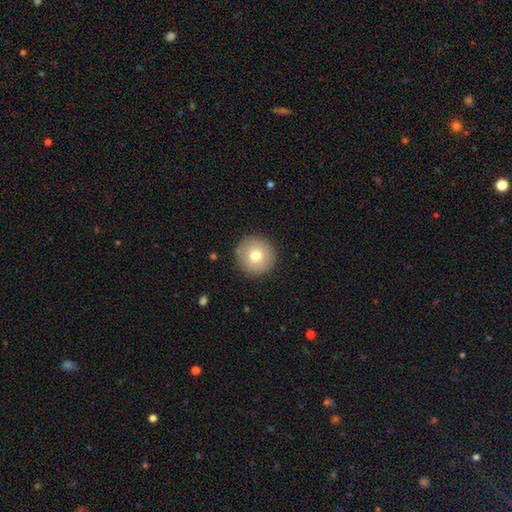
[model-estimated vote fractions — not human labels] The model was most divided on "smooth or featured": smooth: 75%, featured or disk: 15%, star or artifact: 10%. More confident: how rounded — round (96%); merging — none (90%).